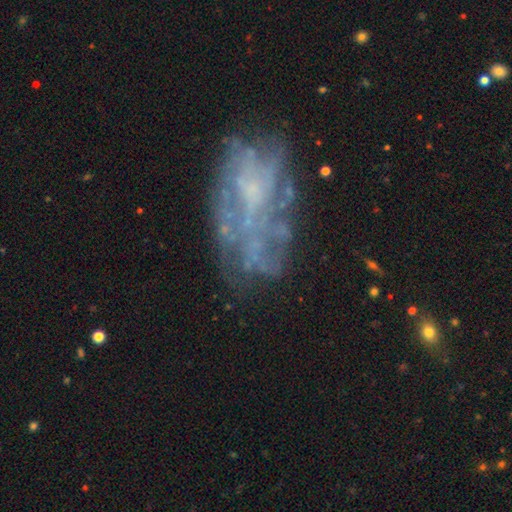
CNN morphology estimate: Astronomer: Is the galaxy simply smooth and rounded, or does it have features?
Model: featured or disk — 68%.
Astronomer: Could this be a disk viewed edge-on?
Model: no — 96%.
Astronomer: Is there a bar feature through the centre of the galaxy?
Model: no — 83%.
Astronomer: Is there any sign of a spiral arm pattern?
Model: no — 60% (runner-up: yes, 40%).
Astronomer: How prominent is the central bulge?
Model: none — 50% (runner-up: small, 35%).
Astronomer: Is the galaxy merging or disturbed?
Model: none — 50%.